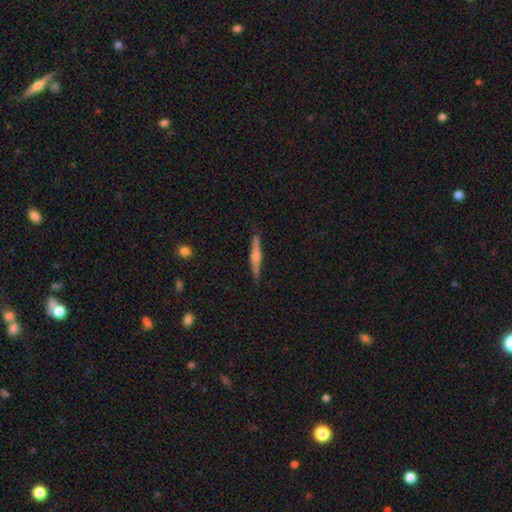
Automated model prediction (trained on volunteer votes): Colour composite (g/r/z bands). It shows a featured or disk galaxy (58%) viewed edge-on (97%) with a rounded central bulge (64%). Merging: none (87%).